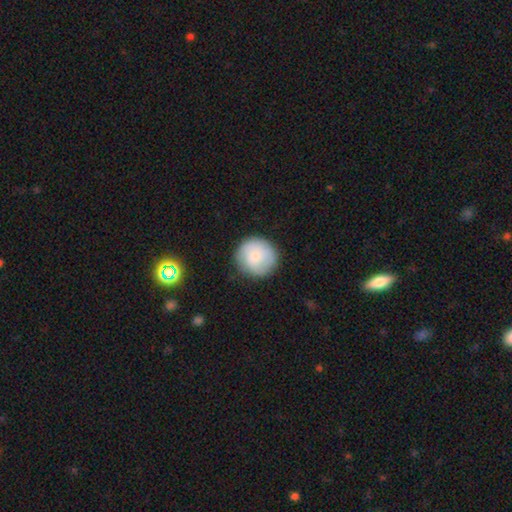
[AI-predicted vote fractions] Smooth or featured: smooth — 72% (featured or disk — 22%)
How rounded: round — 94% (in between — 5%)
Merging: none — 84% (minor disturbance — 11%)